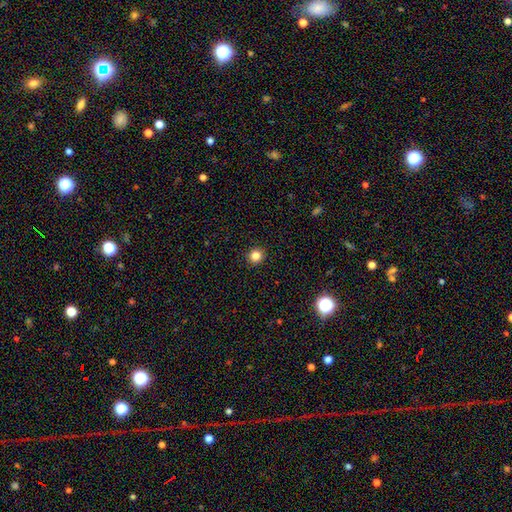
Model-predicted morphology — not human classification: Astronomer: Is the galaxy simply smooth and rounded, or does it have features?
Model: smooth — 84%.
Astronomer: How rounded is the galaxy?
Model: round — 92%.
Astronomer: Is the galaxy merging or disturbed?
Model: none — 93%.